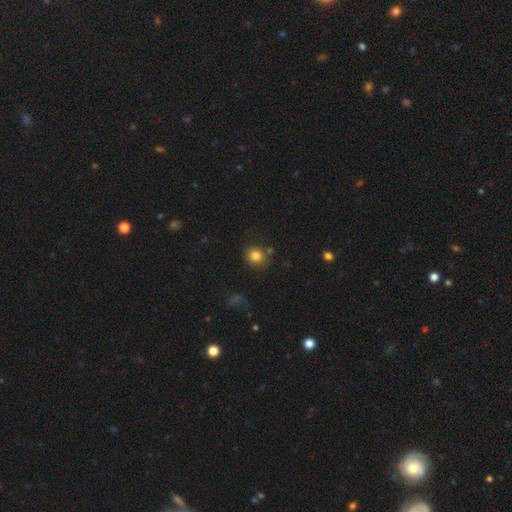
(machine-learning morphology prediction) This is clearly a smooth galaxy (82%). How rounded: clearly round (86%). Merging: clearly none (81%).